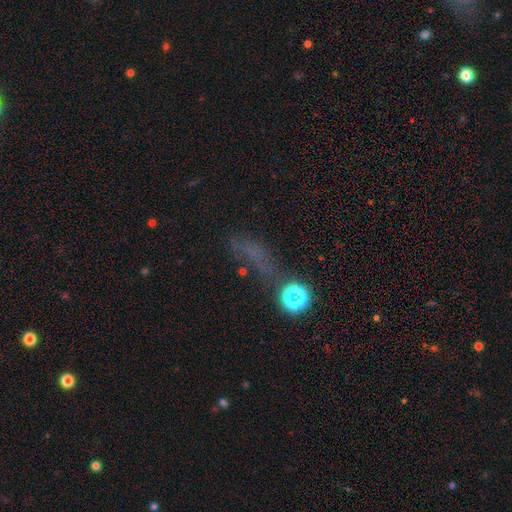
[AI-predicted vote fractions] A star or artifact, not a galaxy (50%).

Vote fractions:
- Smooth or featured? star or artifact: 50% / smooth: 34% / featured or disk: 16%